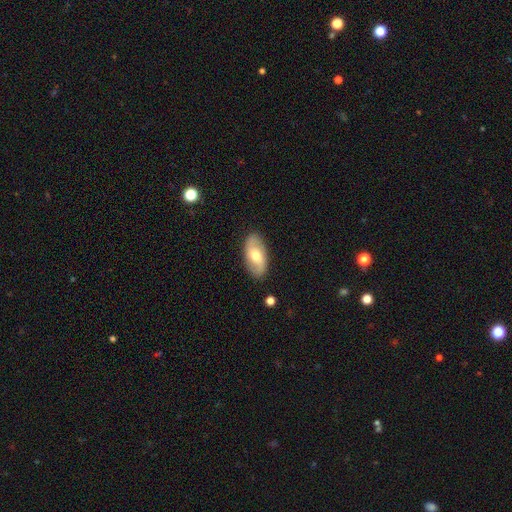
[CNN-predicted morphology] Smooth or featured? smooth (47%, tied with featured or disk)
Merging? none (86%)